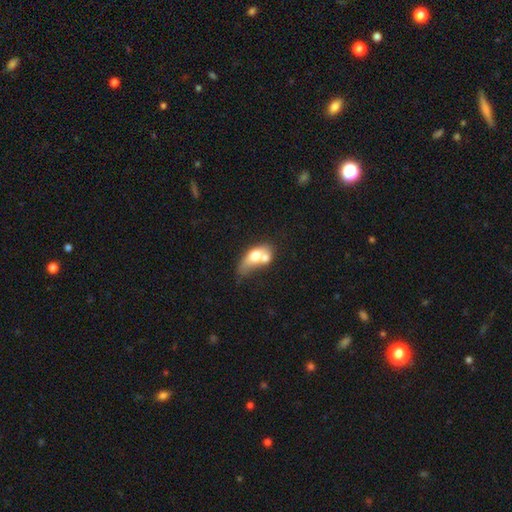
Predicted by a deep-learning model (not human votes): Smooth or featured: smooth — 60% (featured or disk — 32%)
How rounded: in between — 75% (round — 16%)
Merging: merger — 60% (none — 17%)